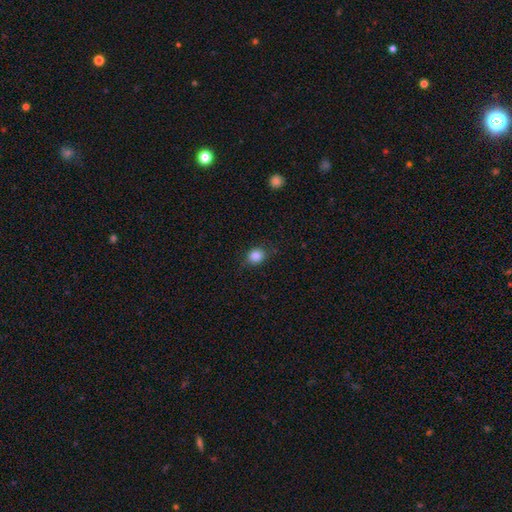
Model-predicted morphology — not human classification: smooth-or-featured: smooth: 86% | star or artifact: 10% | featured or disk: 4%
  how-rounded: round: 65% | in between: 34% | cigar-shaped: 1%
  merging: none: 79% | minor disturbance: 16% | major disturbance: 4% | merger: 1%